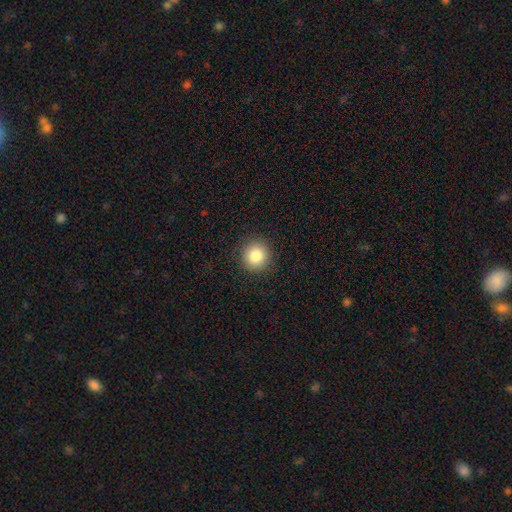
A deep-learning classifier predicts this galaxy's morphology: The model was most divided on "smooth or featured": smooth: 84%, star or artifact: 10%, featured or disk: 6%. More confident: how rounded — round (93%); merging — none (91%).